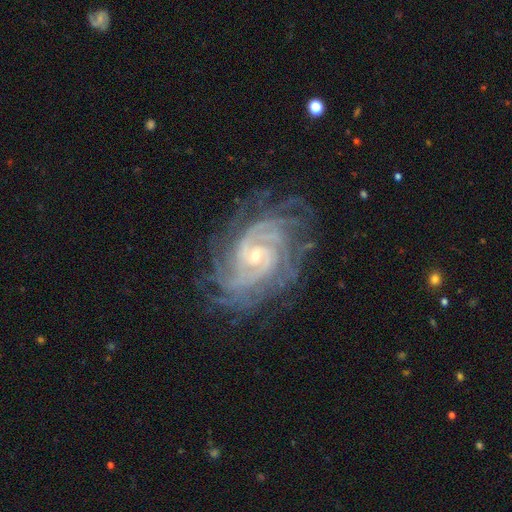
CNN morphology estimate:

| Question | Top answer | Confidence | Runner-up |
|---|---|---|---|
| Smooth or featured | featured or disk | 92% | star or artifact (5%) |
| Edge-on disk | no | 97% | yes (3%) |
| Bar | no | 51% | weak (36%) |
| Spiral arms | yes | 98% | no (2%) |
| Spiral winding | tight | 77% | medium (20%) |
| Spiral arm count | can't tell | 23% | more than 4 (21%) |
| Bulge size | small | 70% | moderate (27%) |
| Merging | none | 75% | minor disturbance (16%) |